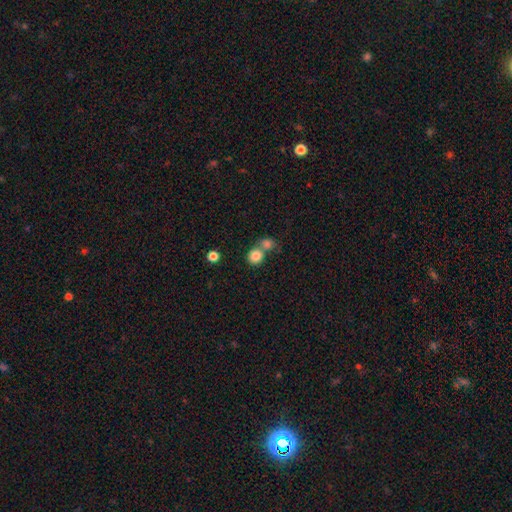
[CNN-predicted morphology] This is clearly a smooth galaxy (83%). How rounded: clearly round (85%). Merging: possibly none (49%).